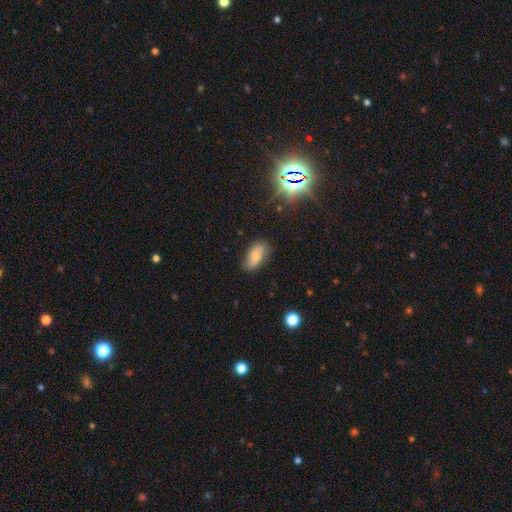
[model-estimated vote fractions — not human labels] Q: Smooth or featured?
A: smooth (66%); runner-up: featured or disk (23%)
Q: How rounded?
A: in between (90%); runner-up: cigar-shaped (5%)
Q: Merging?
A: none (73%); runner-up: minor disturbance (21%)